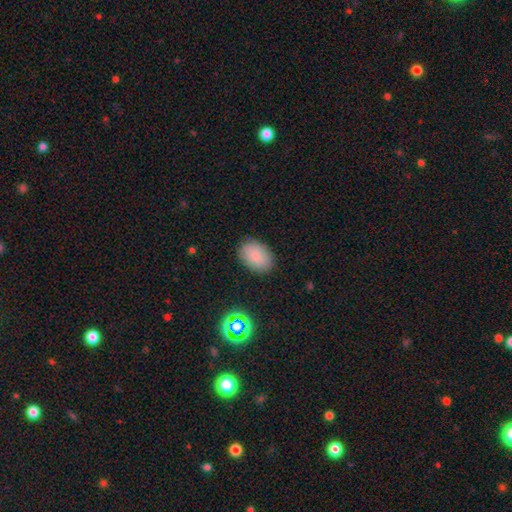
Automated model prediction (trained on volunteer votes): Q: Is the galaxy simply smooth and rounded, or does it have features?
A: smooth — 85%.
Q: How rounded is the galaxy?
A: in between — 83%.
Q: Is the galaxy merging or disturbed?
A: none — 86%.